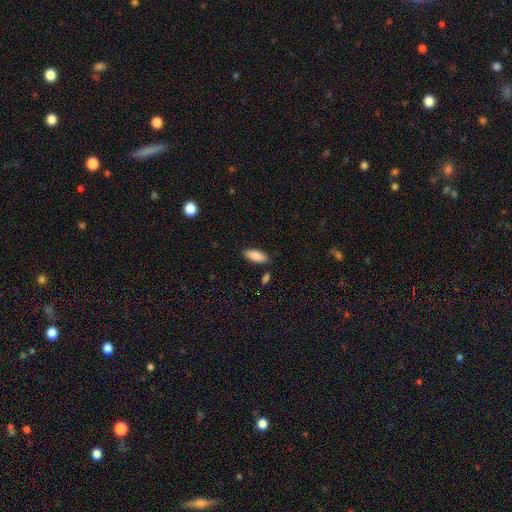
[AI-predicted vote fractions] smooth_or_featured: smooth (p=0.86) [alt: featured or disk p=0.08]
how_rounded: in between (p=0.83) [alt: cigar-shaped p=0.15]
merging: none (p=0.84) [alt: minor disturbance p=0.10]